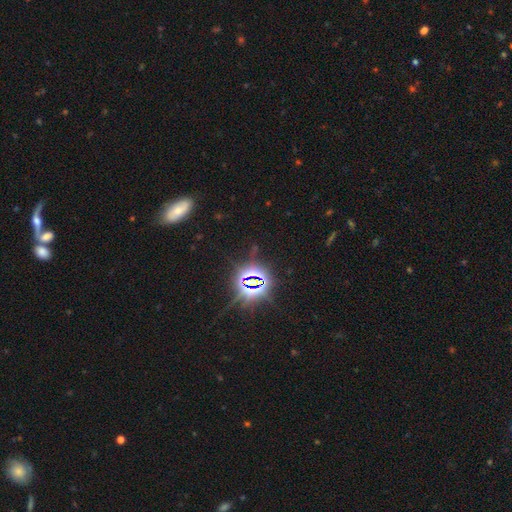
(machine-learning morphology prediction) The model was most divided on "smooth or featured": star or artifact: 78%, smooth: 14%, featured or disk: 8%.